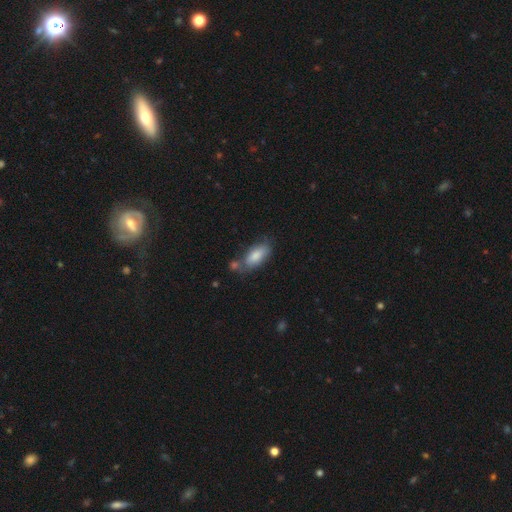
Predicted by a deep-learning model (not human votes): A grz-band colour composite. It shows a smooth galaxy with no disk features (82%) that is in between round and cigar-shaped (85%). Merging: none (55%).